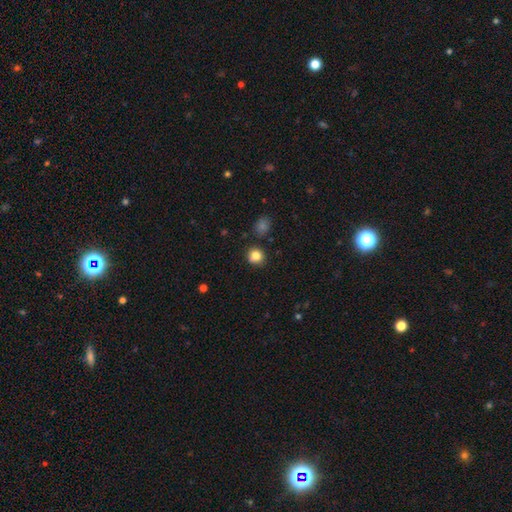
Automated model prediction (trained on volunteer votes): Smooth or featured?
  - smooth: 84% *
  - star or artifact: 11%
  - featured or disk: 5%
How rounded?
  - round: 87% *
  - in between: 12%
  - cigar-shaped: 1%
Merging?
  - none: 83% *
  - minor disturbance: 11%
  - merger: 4%
  - major disturbance: 3%